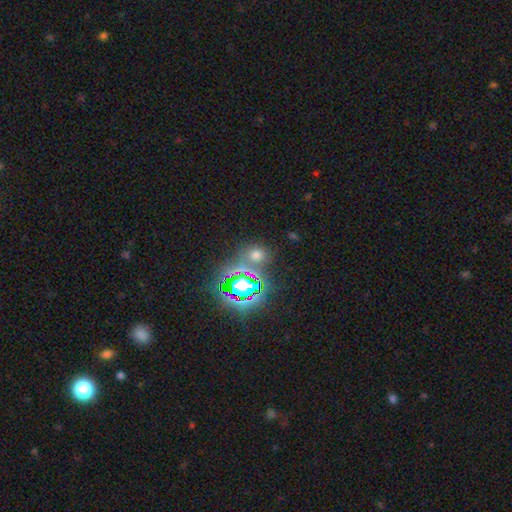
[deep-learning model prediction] smooth 47%, star or artifact 45%, featured or disk 8%. Down the decision tree: merging — none (73%).